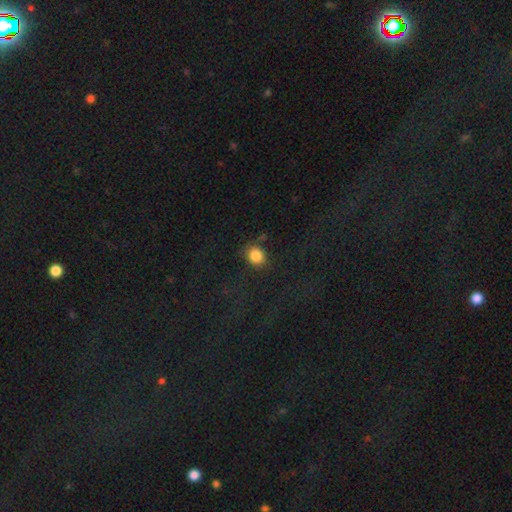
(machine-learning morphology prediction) smooth-or-featured: smooth: 84% | star or artifact: 11% | featured or disk: 5%
  how-rounded: round: 73% | in between: 25% | cigar-shaped: 1%
  merging: none: 73% | minor disturbance: 16% | major disturbance: 7% | merger: 4%